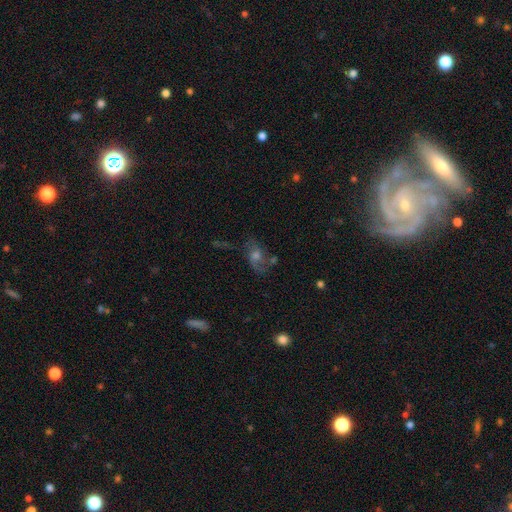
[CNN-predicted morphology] Smooth or featured? featured or disk (57%)
Edge-on disk? no (93%)
Bar? no (67%)
Spiral arms? yes (77%)
Bulge size? moderate (52%)
Merging? none (54%)